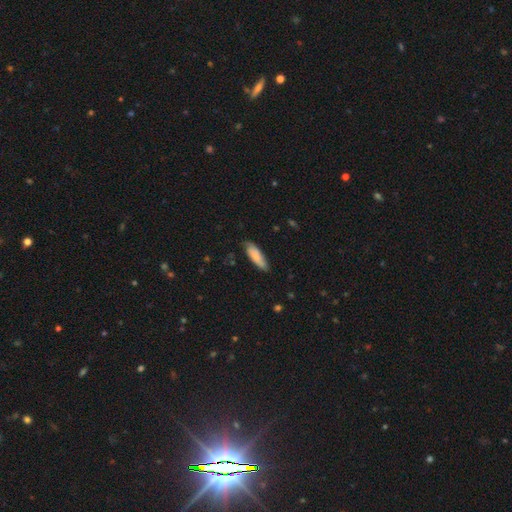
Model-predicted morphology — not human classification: smooth 78%, featured or disk 16%, star or artifact 6%. Down the decision tree: how rounded — cigar-shaped (50%); merging — none (72%).